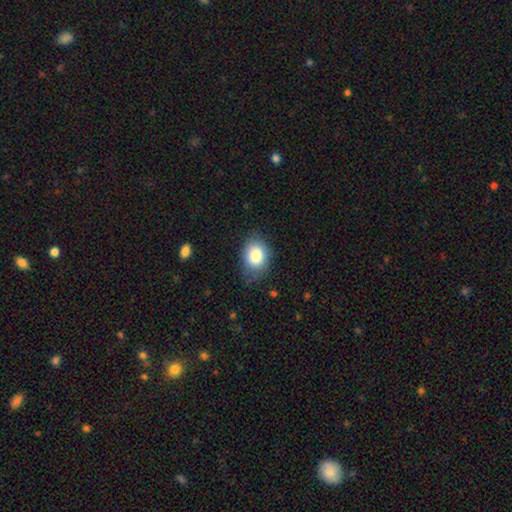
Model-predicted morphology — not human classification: Smooth or featured? Predicted: smooth (p=0.83). How rounded? Predicted: in between (p=0.68). Merging? Predicted: none (p=0.72).